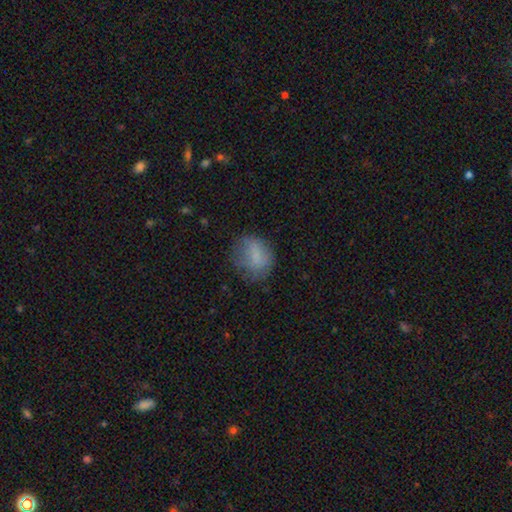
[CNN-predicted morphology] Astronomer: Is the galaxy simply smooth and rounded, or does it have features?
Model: smooth — 72%.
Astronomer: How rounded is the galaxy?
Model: round — 55% (runner-up: in between, 44%).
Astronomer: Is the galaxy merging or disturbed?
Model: none — 57%.